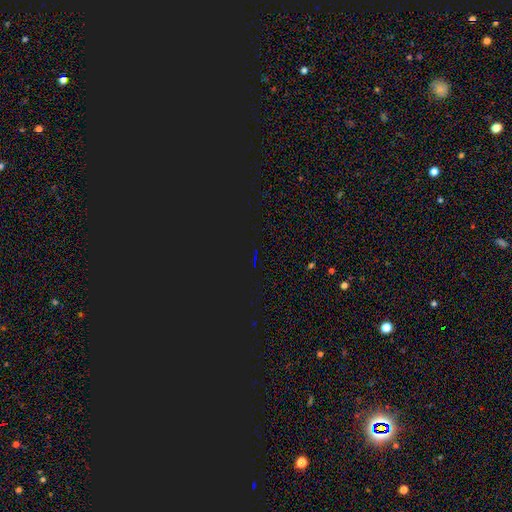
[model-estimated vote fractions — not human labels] Morphology: type=star or artifact (81%).